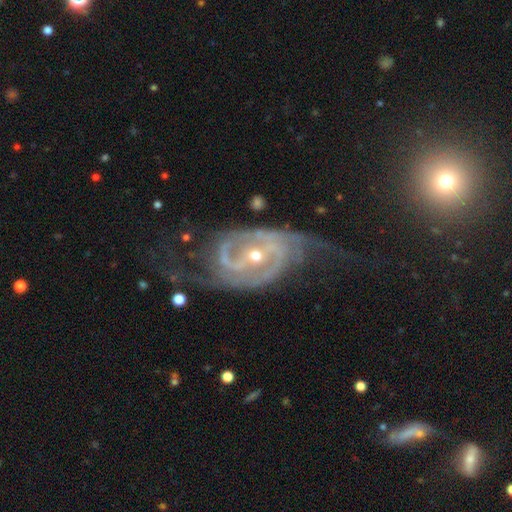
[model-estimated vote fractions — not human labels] Morphology: type=featured or disk (91%); edge-on=no (96%); bar=strong (36%); spiral arms=yes (96%); winding=medium (44%); arm count=2 (73%); bulge=small (58%); merging=none (47%).